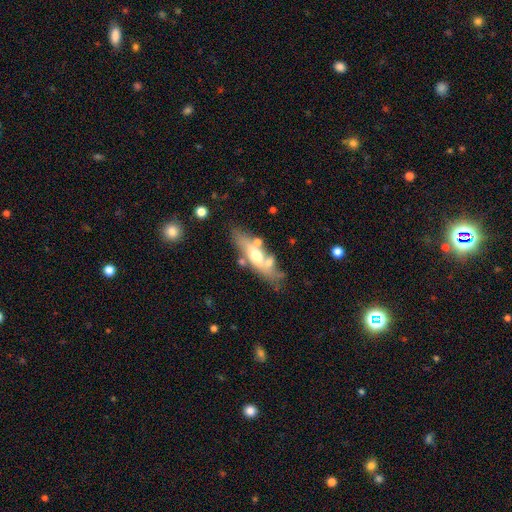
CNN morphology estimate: Overall: featured or disk (55%; smooth 38%). Edge-on disk: yes (54%; no 46%). Merging: none (58%; minor disturbance 18%).